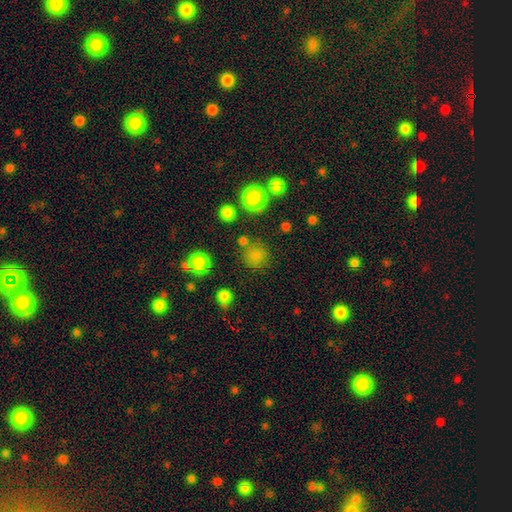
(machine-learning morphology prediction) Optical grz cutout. It shows a smooth galaxy with no disk features (78%) that is round (92%). Merging: none (79%).